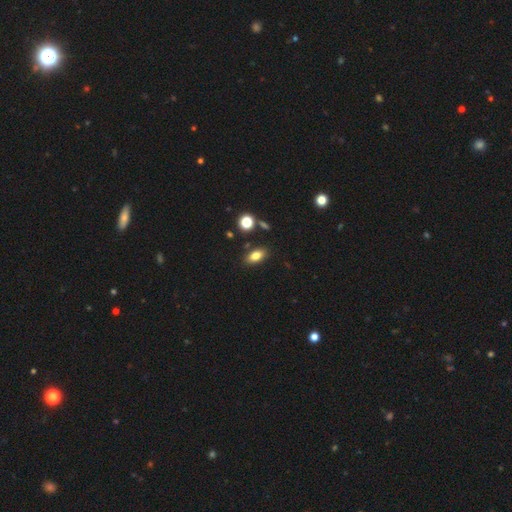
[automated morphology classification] The model was most divided on "smooth or featured": smooth: 81%, star or artifact: 10%, featured or disk: 9%. More confident: how rounded — in between (86%); merging — none (83%).